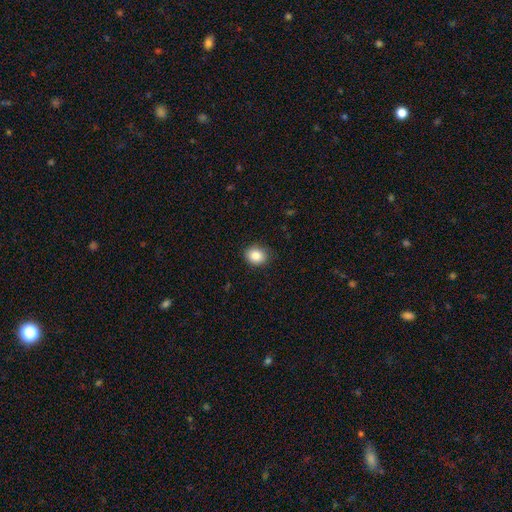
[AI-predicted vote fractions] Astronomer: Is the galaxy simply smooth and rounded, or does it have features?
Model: smooth — 87%.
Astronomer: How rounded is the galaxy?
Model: round — 59% (runner-up: in between, 40%).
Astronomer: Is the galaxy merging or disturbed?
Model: none — 86%.